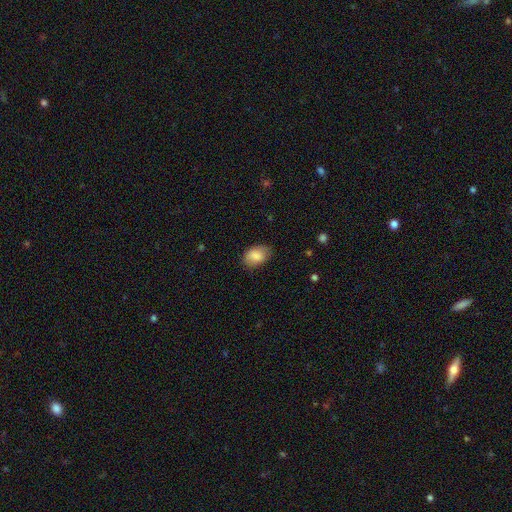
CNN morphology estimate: smooth-or-featured: smooth: 85% | featured or disk: 8% | star or artifact: 7%
  how-rounded: in between: 84% | round: 14% | cigar-shaped: 1%
  merging: none: 74% | minor disturbance: 20% | major disturbance: 4% | merger: 1%